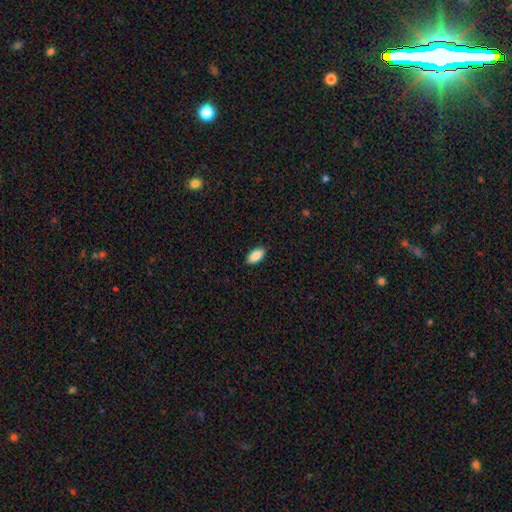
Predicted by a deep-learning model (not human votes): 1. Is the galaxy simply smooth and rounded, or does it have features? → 89% smooth, 7% star or artifact, 5% featured or disk.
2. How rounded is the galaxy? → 92% in between, 5% cigar-shaped, 3% round.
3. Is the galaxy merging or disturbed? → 89% none, 8% minor disturbance, 2% major disturbance, 1% merger.